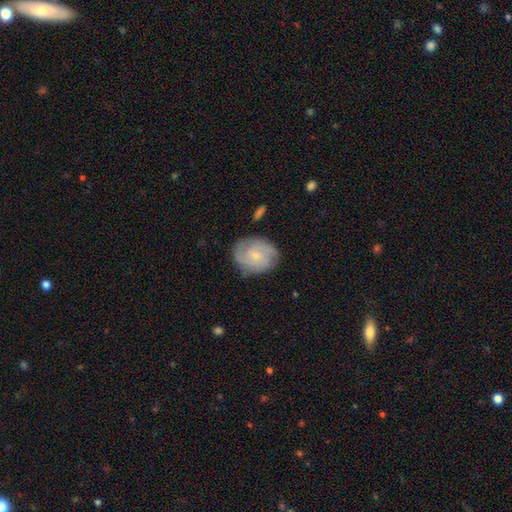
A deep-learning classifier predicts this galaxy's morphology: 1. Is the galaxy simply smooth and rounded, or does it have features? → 70% featured or disk, 24% smooth, 7% star or artifact.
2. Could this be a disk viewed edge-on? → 97% no, 3% yes.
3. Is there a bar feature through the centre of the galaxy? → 70% no, 26% weak, 4% strong.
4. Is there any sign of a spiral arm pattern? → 91% yes, 9% no.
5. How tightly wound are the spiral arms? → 53% tight, 36% medium, 10% loose.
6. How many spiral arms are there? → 40% 2, 26% can't tell, 21% 3, 6% 4, 4% 1, 4% more than 4.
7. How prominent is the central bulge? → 76% small, 20% moderate, 2% none, 1% large, 1% dominant.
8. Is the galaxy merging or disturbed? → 79% none, 15% minor disturbance, 4% major disturbance, 2% merger.